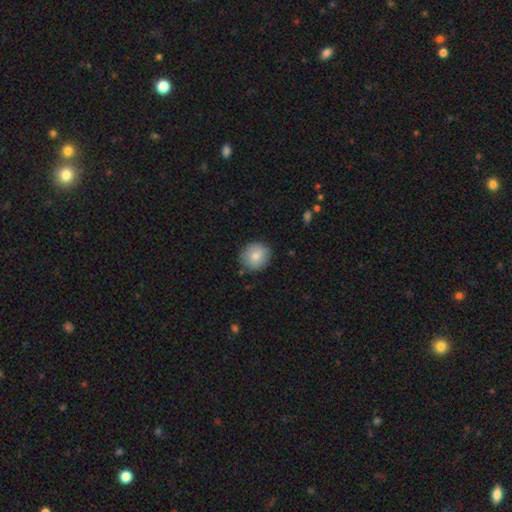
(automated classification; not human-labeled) Smooth or featured? smooth (82%)
How rounded? round (86%)
Merging? none (86%)